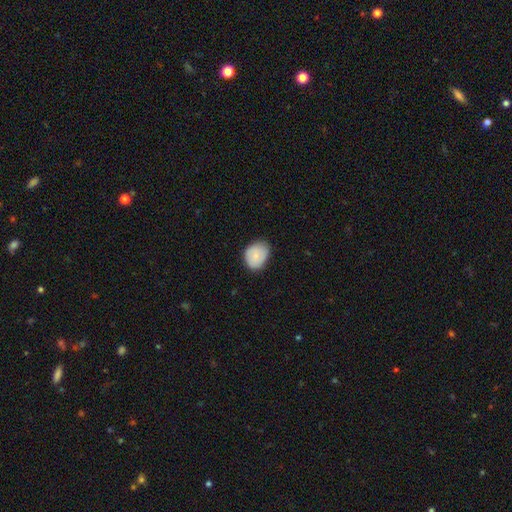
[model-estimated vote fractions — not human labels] smooth_or_featured: smooth (p=0.82) [alt: featured or disk p=0.11]
how_rounded: in between (p=0.55) [alt: round p=0.44]
merging: none (p=0.65) [alt: minor disturbance p=0.29]